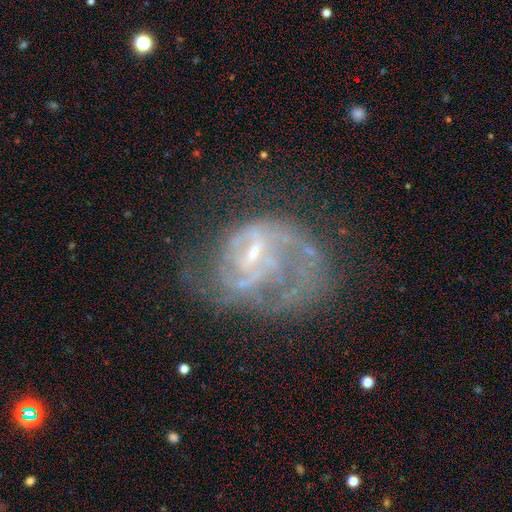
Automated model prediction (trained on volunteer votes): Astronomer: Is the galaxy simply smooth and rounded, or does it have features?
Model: featured or disk — 80%.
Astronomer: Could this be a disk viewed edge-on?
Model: no — 98%.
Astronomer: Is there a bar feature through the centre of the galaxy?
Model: weak — 49% (runner-up: no, 38%).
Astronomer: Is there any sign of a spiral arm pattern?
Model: yes — 75%.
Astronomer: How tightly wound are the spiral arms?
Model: medium — 41% (runner-up: tight, 34%).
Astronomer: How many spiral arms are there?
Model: can't tell — 37% (runner-up: 2, 27%).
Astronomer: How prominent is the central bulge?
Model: small — 61%.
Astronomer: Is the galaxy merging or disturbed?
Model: major disturbance — 38%, tied with none at 38%.